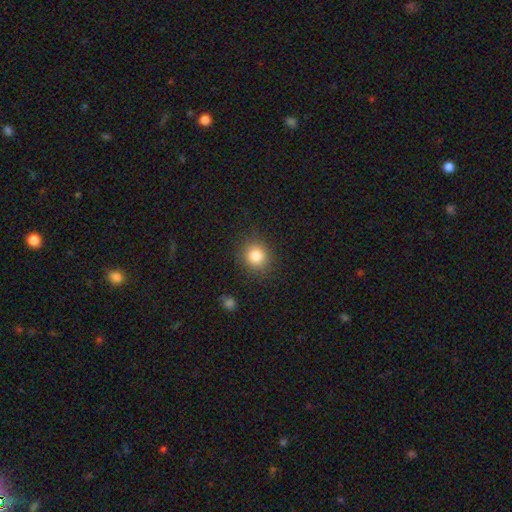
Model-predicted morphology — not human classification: A smooth galaxy with no disk features (82%) that is round (82%). Merging: none (87%).